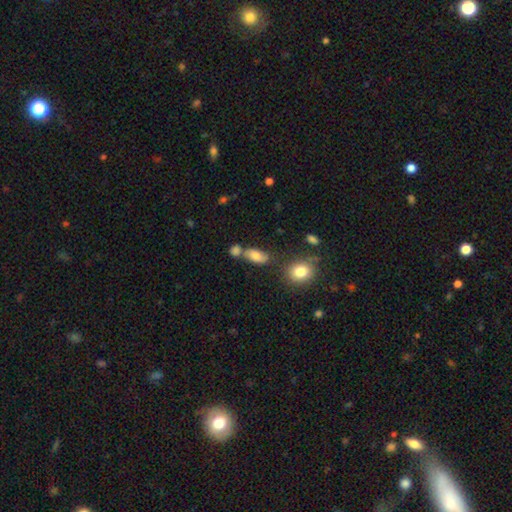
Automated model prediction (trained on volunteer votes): Smooth or featured? smooth (74%)
How rounded? in between (85%)
Merging? none (54%)